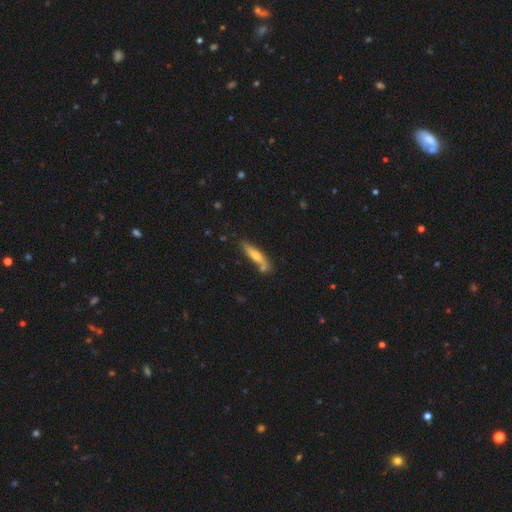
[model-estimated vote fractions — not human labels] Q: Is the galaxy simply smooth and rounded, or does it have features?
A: smooth — 50%.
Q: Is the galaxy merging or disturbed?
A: none — 70%.